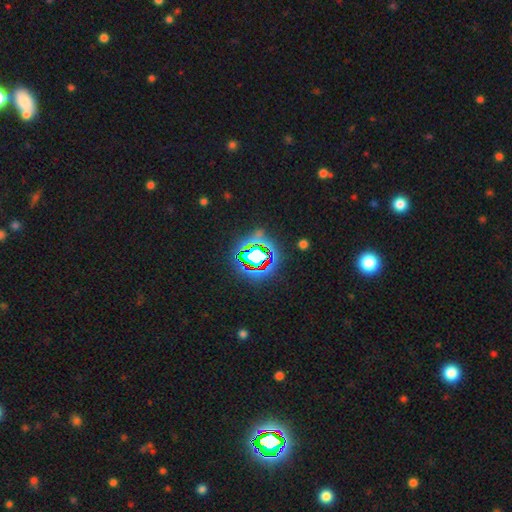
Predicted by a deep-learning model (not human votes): Q: Smooth or featured?
A: star or artifact (79%); runner-up: smooth (12%)